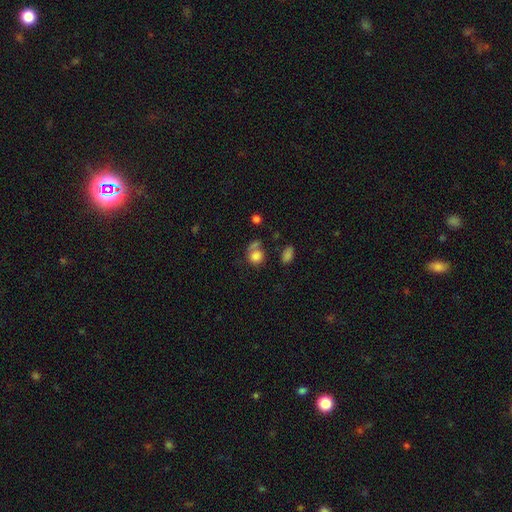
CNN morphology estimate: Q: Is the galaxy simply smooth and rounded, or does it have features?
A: smooth — 79%.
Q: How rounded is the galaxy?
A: round — 68%.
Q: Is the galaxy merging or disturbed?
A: none — 44%.